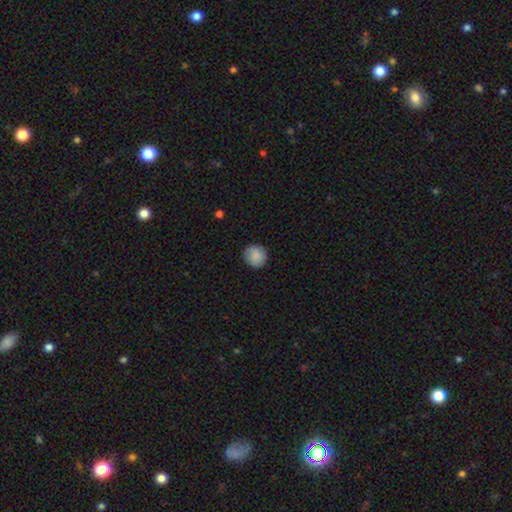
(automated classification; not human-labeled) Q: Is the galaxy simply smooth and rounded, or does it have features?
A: smooth — 88%.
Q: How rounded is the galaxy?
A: round — 92%.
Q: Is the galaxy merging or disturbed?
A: none — 88%.